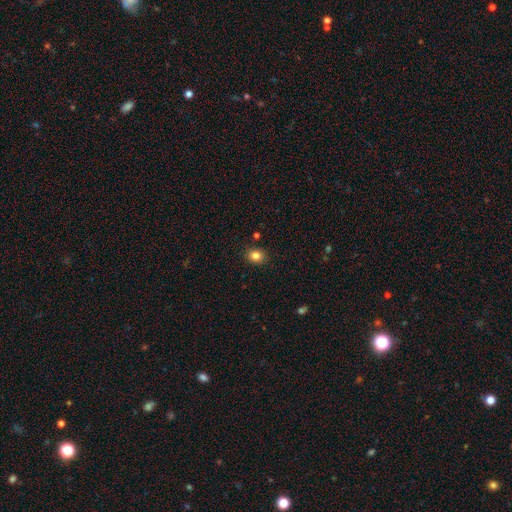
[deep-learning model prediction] Smooth or featured? Predicted: smooth (p=0.83). How rounded? Predicted: round (p=0.71). Merging? Predicted: none (p=0.89).